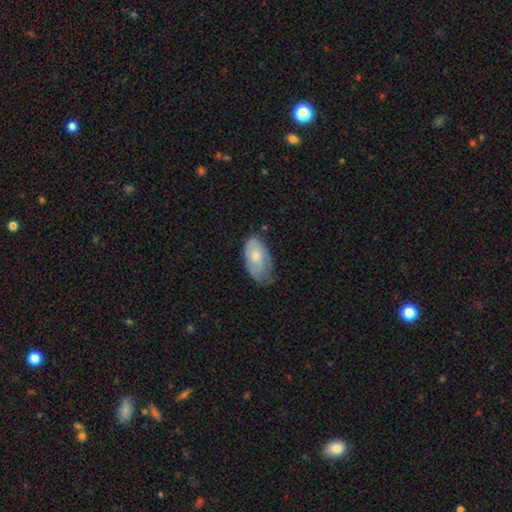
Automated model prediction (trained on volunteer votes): smooth 64%, featured or disk 30%, star or artifact 6%. Down the decision tree: how rounded — in between (93%); merging — none (48%).